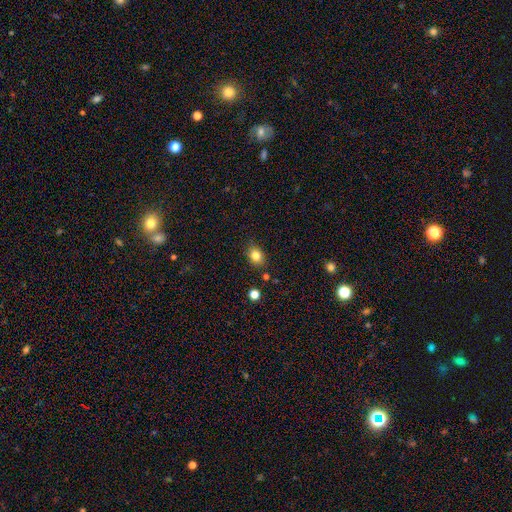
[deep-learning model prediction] A smooth galaxy with no disk features (82%) that is in between round and cigar-shaped (52%).

Vote fractions:
- Smooth or featured? smooth: 82% / star or artifact: 11% / featured or disk: 6%
- How rounded? in between: 52% / round: 47% / cigar-shaped: 1%
- Merging? none: 85% / minor disturbance: 10% / merger: 3% / major disturbance: 2%